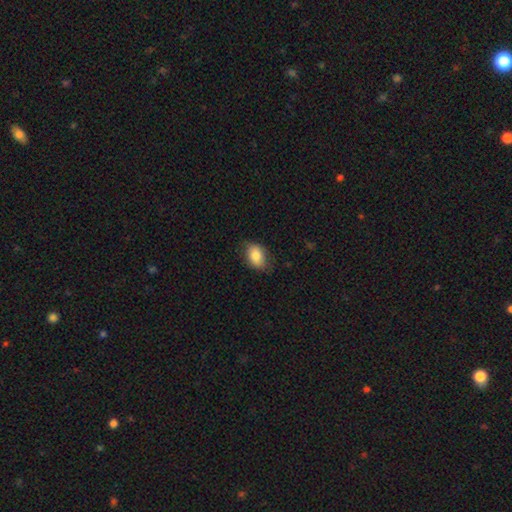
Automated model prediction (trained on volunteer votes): smooth-or-featured: smooth: 82% | featured or disk: 10% | star or artifact: 8%
  how-rounded: in between: 75% | round: 23% | cigar-shaped: 1%
  merging: none: 74% | minor disturbance: 21% | major disturbance: 4% | merger: 1%